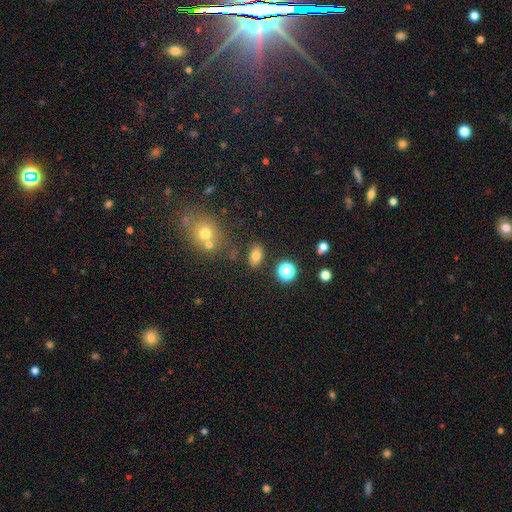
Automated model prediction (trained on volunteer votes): Smooth or featured: smooth — 75% (star or artifact — 15%)
How rounded: in between — 84% (round — 13%)
Merging: none — 80% (minor disturbance — 10%)